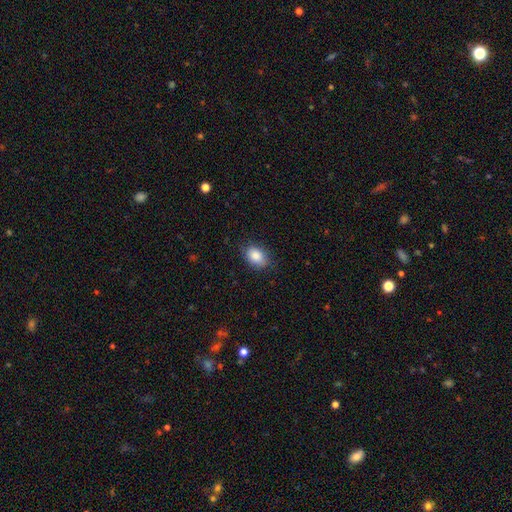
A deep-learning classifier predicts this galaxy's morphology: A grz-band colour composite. It shows a smooth galaxy with no disk features (87%) that is in between round and cigar-shaped (81%). Merging: none (79%).